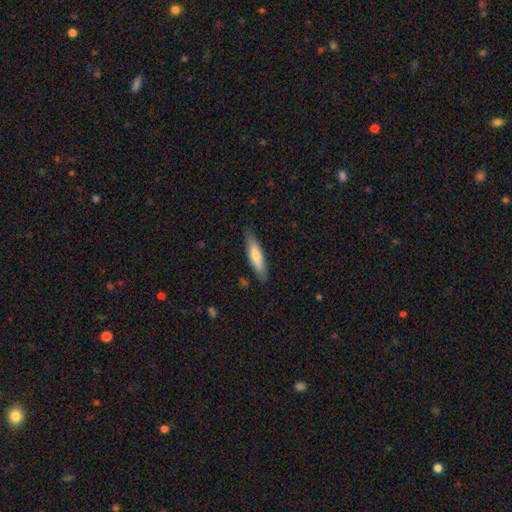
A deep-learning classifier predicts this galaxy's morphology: Smooth or featured?
  - smooth: 66% *
  - featured or disk: 28%
  - star or artifact: 6%
How rounded?
  - cigar-shaped: 70% *
  - in between: 28%
  - round: 1%
Merging?
  - none: 85% *
  - minor disturbance: 12%
  - major disturbance: 2%
  - merger: 1%